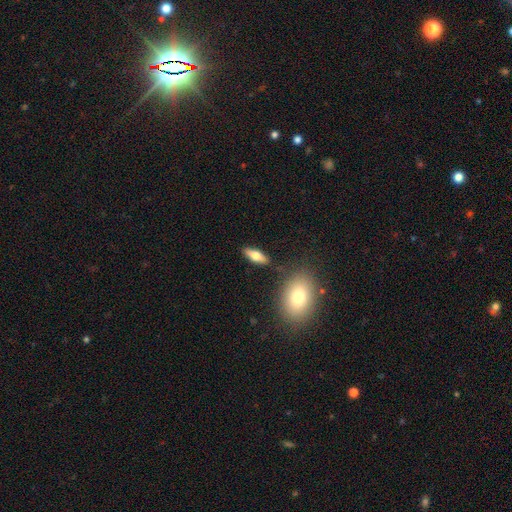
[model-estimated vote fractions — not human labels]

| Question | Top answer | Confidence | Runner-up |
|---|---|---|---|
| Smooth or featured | smooth | 58% | featured or disk (35%) |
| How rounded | in between | 61% | cigar-shaped (35%) |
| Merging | none | 84% | minor disturbance (10%) |